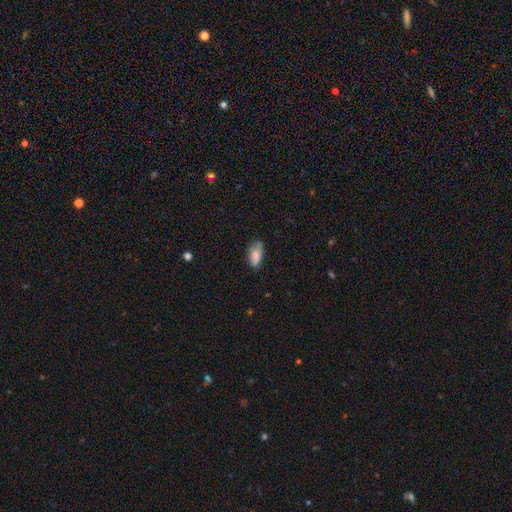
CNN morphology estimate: Smooth or featured? smooth (73%)
How rounded? in between (91%)
Merging? none (63%)